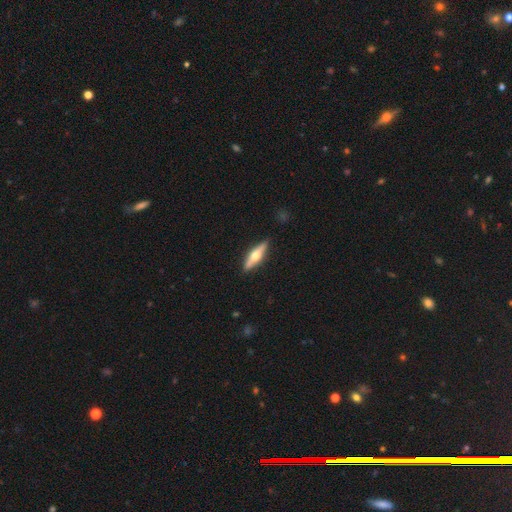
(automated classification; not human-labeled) Morphology: type=featured or disk (58%); edge-on=yes (94%); edge-on bulge=rounded (95%); merging=none (88%).